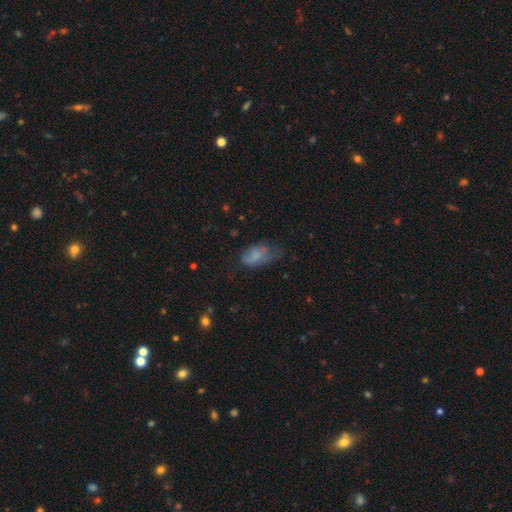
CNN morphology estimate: smooth 70%, featured or disk 19%, star or artifact 10%. Down the decision tree: how rounded — in between (91%); merging — minor disturbance (38%).